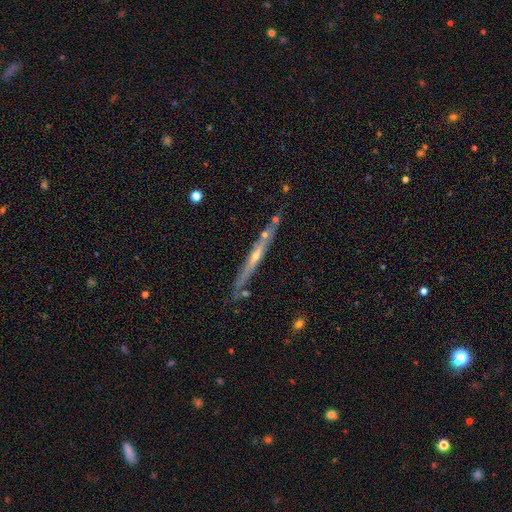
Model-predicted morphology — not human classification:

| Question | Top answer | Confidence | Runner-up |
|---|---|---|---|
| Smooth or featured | featured or disk | 73% | smooth (17%) |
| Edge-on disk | yes | 94% | no (6%) |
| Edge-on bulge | rounded | 74% | none (21%) |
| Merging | none | 78% | minor disturbance (14%) |